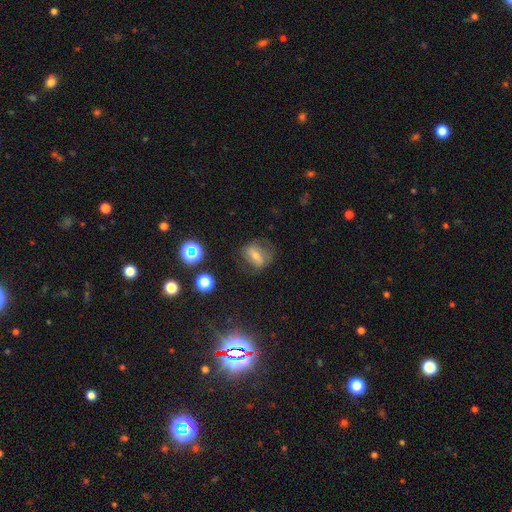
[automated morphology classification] This appears to be a smooth galaxy with no disk features (45%). Merging: none (65%).